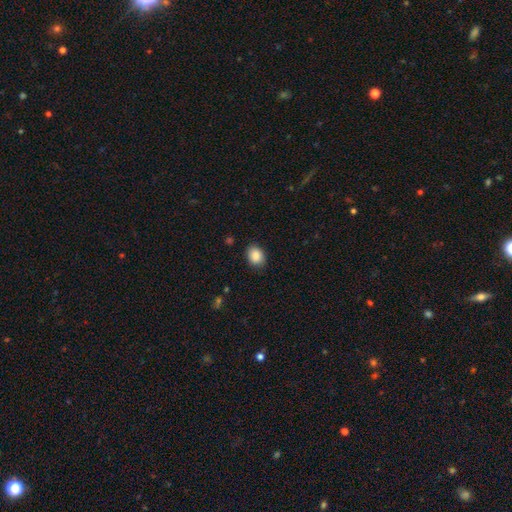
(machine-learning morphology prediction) A smooth galaxy with no disk features (88%) that is in between round and cigar-shaped (66%). Merging: none (86%).